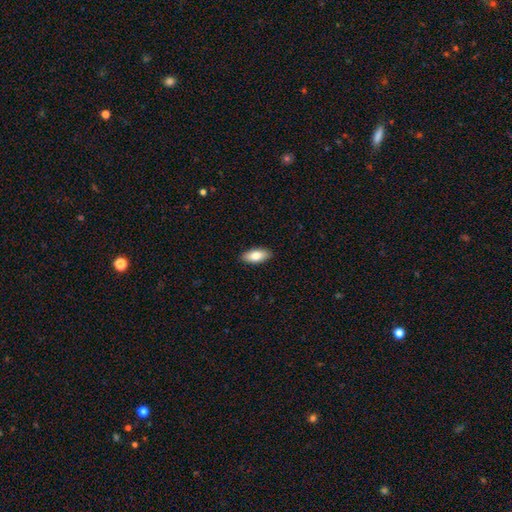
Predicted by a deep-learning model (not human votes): Smooth or featured? Predicted: smooth (p=0.82). How rounded? Predicted: in between (p=0.88). Merging? Predicted: none (p=0.90).